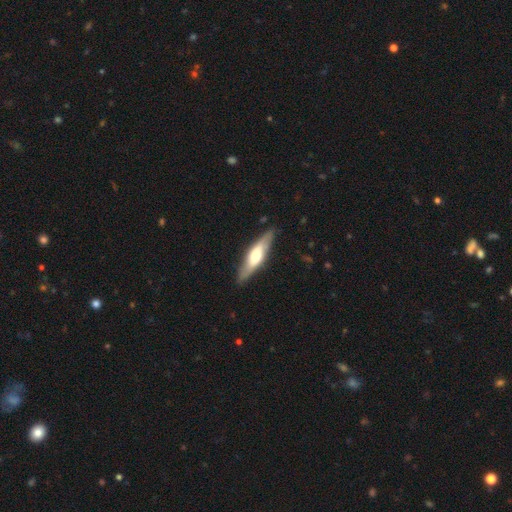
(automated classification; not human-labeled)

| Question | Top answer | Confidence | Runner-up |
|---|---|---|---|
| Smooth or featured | featured or disk | 50% | smooth (45%) |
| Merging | none | 85% | minor disturbance (11%) |